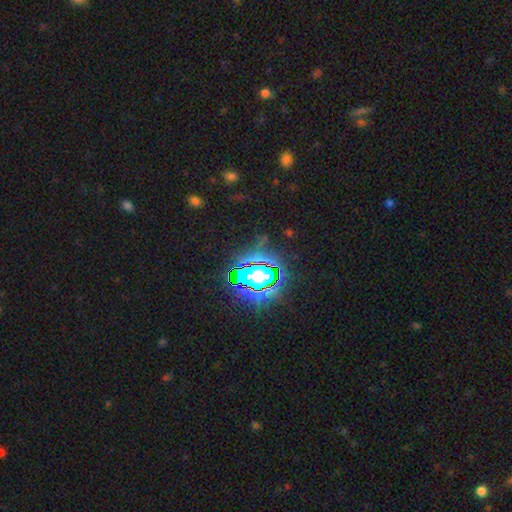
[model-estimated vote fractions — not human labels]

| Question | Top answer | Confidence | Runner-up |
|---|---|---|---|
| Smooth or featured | star or artifact | 83% | smooth (10%) |